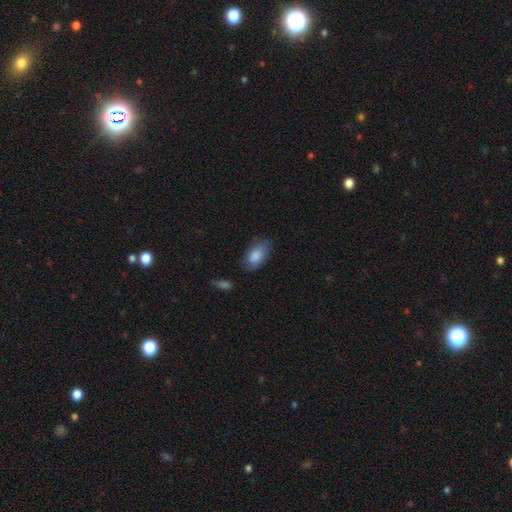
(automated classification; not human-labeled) A smooth galaxy with no disk features (86%) that is in between round and cigar-shaped (93%).

Vote fractions:
- Smooth or featured? smooth: 86% / featured or disk: 8% / star or artifact: 6%
- How rounded? in between: 93% / round: 4% / cigar-shaped: 3%
- Merging? none: 74% / minor disturbance: 19% / major disturbance: 4% / merger: 2%